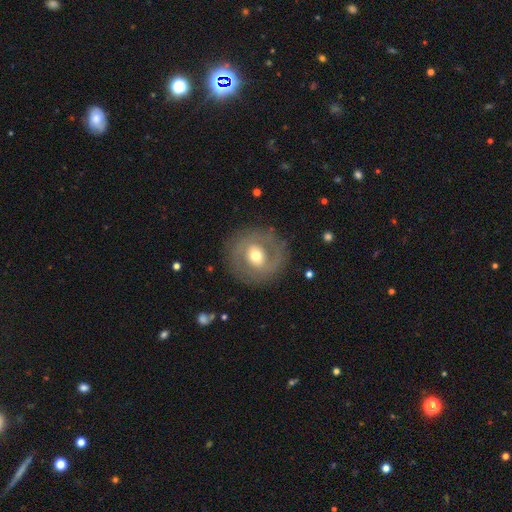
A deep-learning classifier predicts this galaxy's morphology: This is possibly a featured or disk galaxy (57%). It is clearly not viewed edge-on (96%). Bar: possibly no (52%). Spiral arm pattern: possibly no (51%). Central bulge: likely moderate (71%). Merging: clearly none (82%).